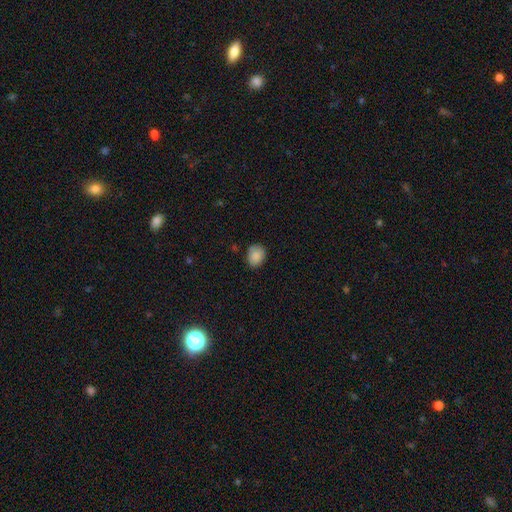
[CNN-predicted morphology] A smooth galaxy with no disk features (87%) that is in between round and cigar-shaped (56%).

Vote fractions:
- Smooth or featured? smooth: 87% / star or artifact: 8% / featured or disk: 5%
- How rounded? in between: 56% / round: 43% / cigar-shaped: 1%
- Merging? none: 80% / minor disturbance: 16% / major disturbance: 3% / merger: 1%